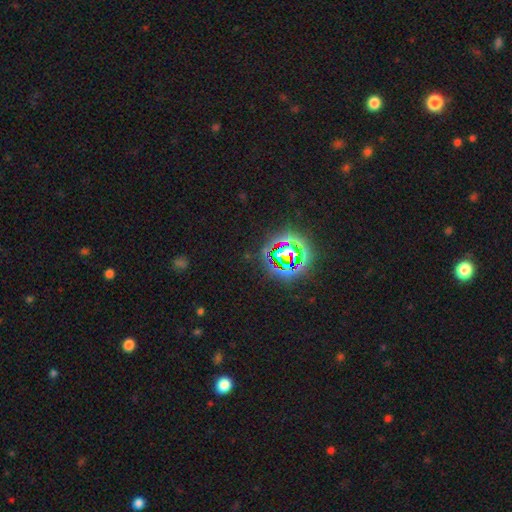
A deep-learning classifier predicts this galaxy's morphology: Q: Smooth or featured?
A: star or artifact (78%); runner-up: smooth (14%)